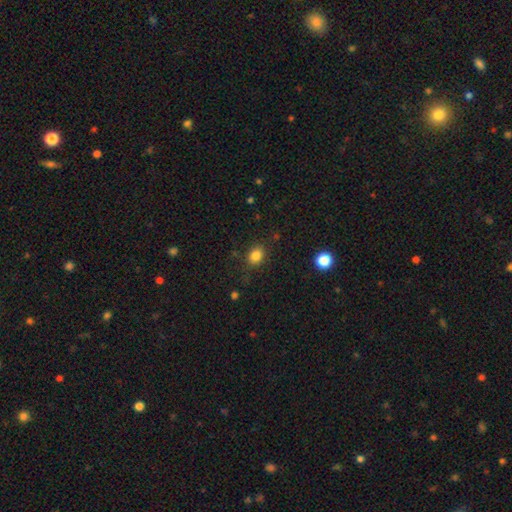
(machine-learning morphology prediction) Smooth or featured? Predicted: smooth (p=0.83). How rounded? Predicted: in between (p=0.50). Merging? Predicted: none (p=0.83).